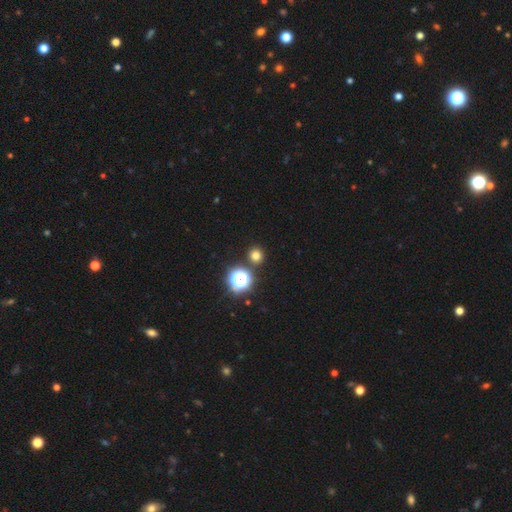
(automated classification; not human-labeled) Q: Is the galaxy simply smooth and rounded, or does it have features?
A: smooth — 73%.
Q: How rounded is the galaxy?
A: round — 93%.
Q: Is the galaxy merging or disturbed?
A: none — 88%.